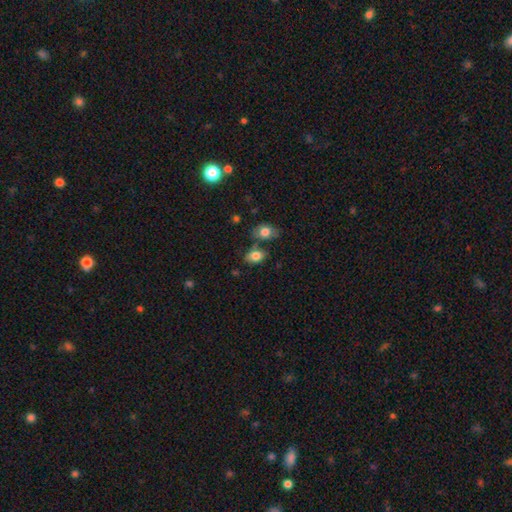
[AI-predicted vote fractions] Morphology: type=smooth (80%); roundness=in between (82%); merging=none (61%).